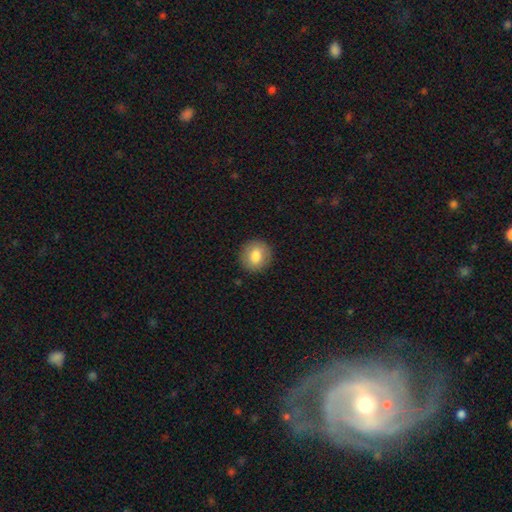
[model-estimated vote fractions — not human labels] Smooth or featured?
  - smooth: 81% *
  - featured or disk: 11%
  - star or artifact: 8%
How rounded?
  - round: 89% *
  - in between: 10%
  - cigar-shaped: 1%
Merging?
  - none: 90% *
  - minor disturbance: 7%
  - major disturbance: 2%
  - merger: 1%